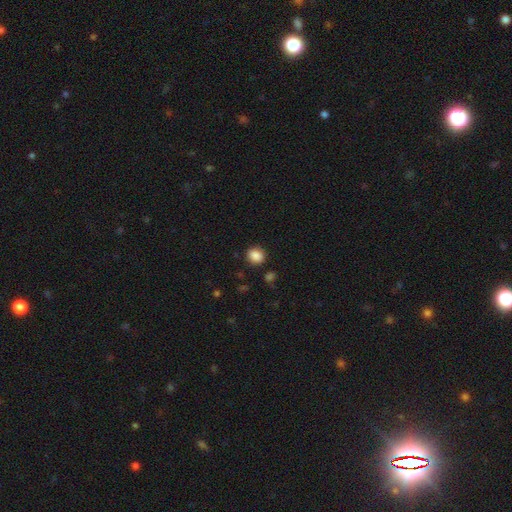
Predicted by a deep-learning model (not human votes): smooth_or_featured: smooth (p=0.87) [alt: star or artifact p=0.10]
how_rounded: round (p=0.61) [alt: in between p=0.38]
merging: none (p=0.85) [alt: minor disturbance p=0.10]